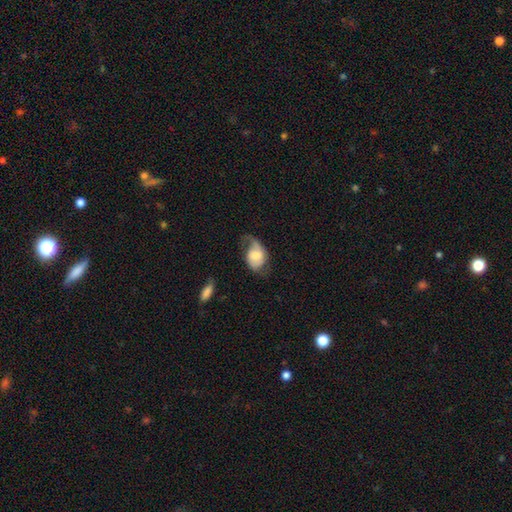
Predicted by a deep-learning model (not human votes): Q: Smooth or featured?
A: featured or disk (51%); runner-up: smooth (42%)
Q: Edge-on disk?
A: no (95%); runner-up: yes (5%)
Q: Merging?
A: none (36%); runner-up: major disturbance (31%)